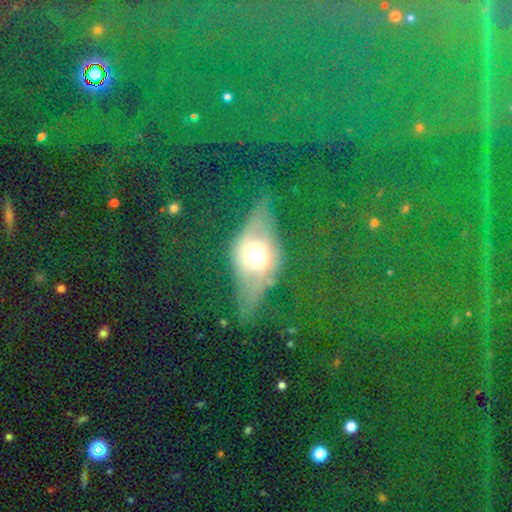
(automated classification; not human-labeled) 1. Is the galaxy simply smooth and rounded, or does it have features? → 47% featured or disk, 39% smooth, 14% star or artifact.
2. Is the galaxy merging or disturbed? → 39% none, 33% major disturbance, 22% minor disturbance, 6% merger.